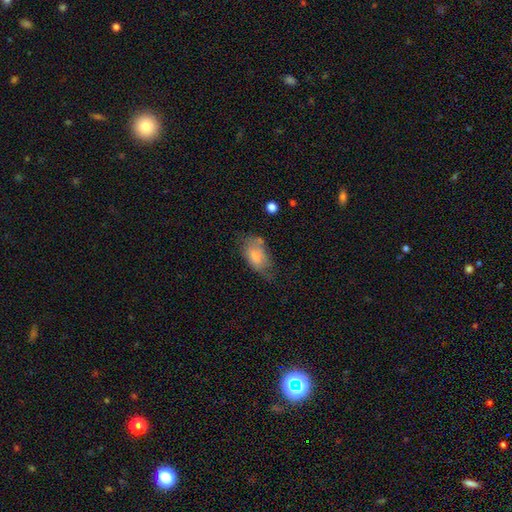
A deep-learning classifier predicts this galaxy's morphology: Q: Smooth or featured?
A: smooth (68%); runner-up: featured or disk (23%)
Q: How rounded?
A: in between (89%); runner-up: round (7%)
Q: Merging?
A: none (46%); runner-up: minor disturbance (34%)